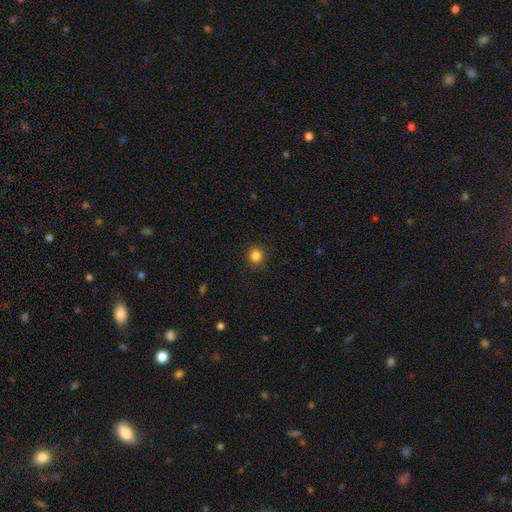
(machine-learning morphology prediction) Smooth or featured? smooth (84%)
How rounded? round (92%)
Merging? none (90%)